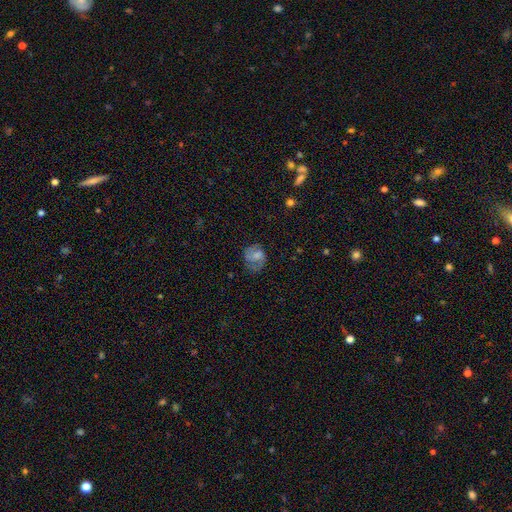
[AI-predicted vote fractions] A smooth galaxy with no disk features (48%). Merging: none (53%).